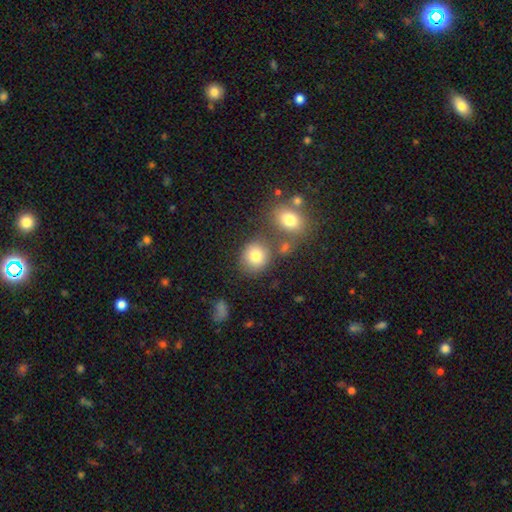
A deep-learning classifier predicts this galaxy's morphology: smooth-or-featured: smooth: 79% | star or artifact: 11% | featured or disk: 9%
  how-rounded: round: 77% | in between: 22% | cigar-shaped: 1%
  merging: none: 66% | merger: 16% | minor disturbance: 12% | major disturbance: 5%